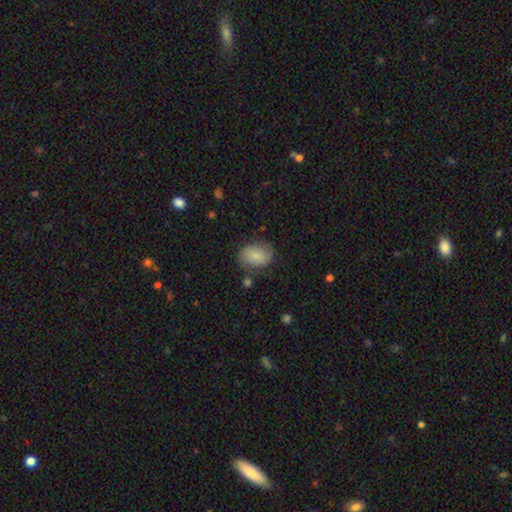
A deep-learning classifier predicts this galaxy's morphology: Smooth or featured? smooth (72%)
How rounded? in between (69%)
Merging? none (70%)